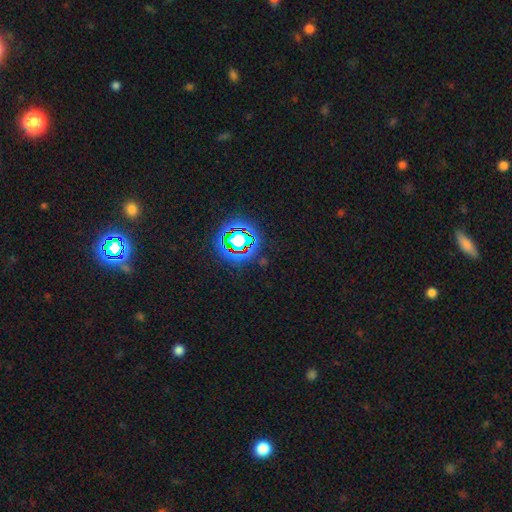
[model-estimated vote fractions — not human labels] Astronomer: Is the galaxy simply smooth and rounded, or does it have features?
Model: star or artifact — 80%.